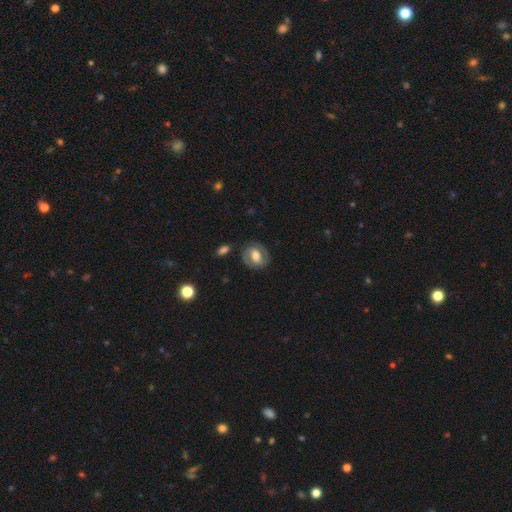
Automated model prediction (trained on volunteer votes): Smooth or featured: featured or disk — 58% (smooth — 35%)
Edge-on disk: no — 95% (yes — 5%)
Bar: weak — 39% (no — 32%)
Spiral arms: yes — 68% (no — 32%)
Bulge size: moderate — 64% (large — 20%)
Merging: none — 80% (minor disturbance — 13%)